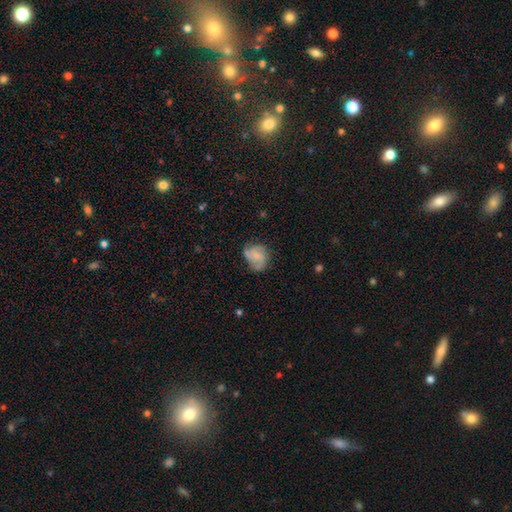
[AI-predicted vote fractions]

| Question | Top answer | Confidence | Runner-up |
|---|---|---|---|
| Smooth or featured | featured or disk | 54% | smooth (38%) |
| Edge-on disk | no | 98% | yes (2%) |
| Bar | no | 69% | weak (27%) |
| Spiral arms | yes | 86% | no (14%) |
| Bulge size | small | 58% | moderate (26%) |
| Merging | none | 59% | minor disturbance (28%) |